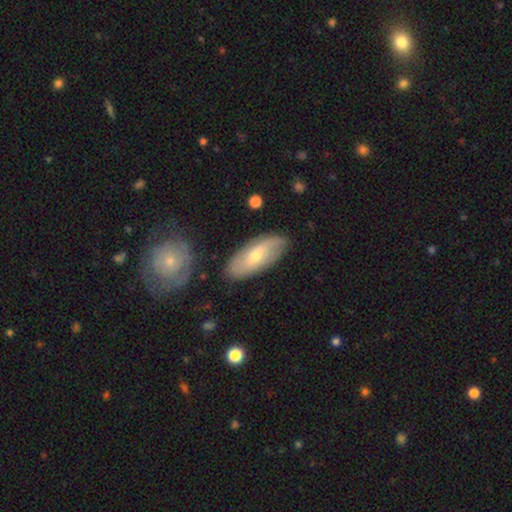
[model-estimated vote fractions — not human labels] Smooth or featured?
  - featured or disk: 48% *
  - smooth: 46%
  - star or artifact: 6%
Merging?
  - none: 82% *
  - minor disturbance: 12%
  - major disturbance: 3%
  - merger: 3%